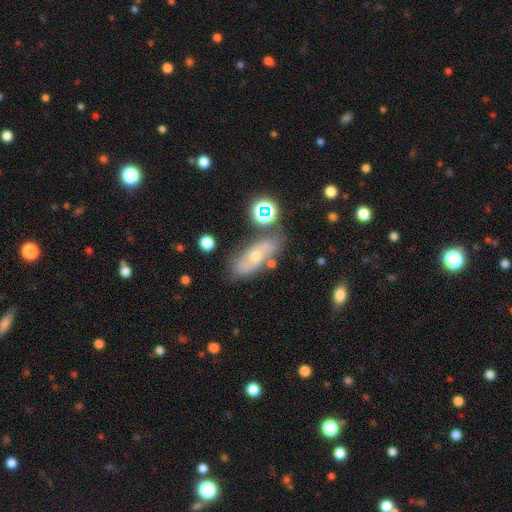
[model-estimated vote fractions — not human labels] Overall: featured or disk (50%; smooth 38%). Merging: none (68%).